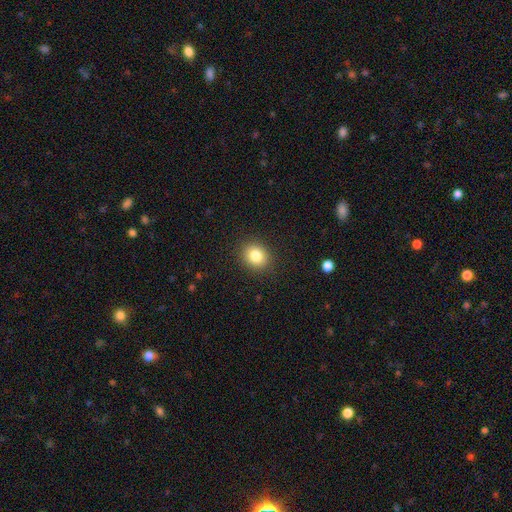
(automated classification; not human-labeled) Q: Smooth or featured?
A: smooth (82%); runner-up: star or artifact (11%)
Q: How rounded?
A: round (69%); runner-up: in between (30%)
Q: Merging?
A: none (89%); runner-up: minor disturbance (7%)